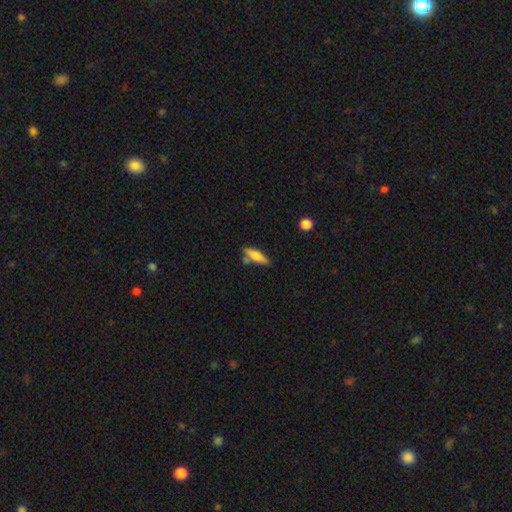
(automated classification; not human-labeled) Q: Smooth or featured?
A: smooth (71%); runner-up: featured or disk (22%)
Q: How rounded?
A: cigar-shaped (52%); runner-up: in between (46%)
Q: Merging?
A: none (63%); runner-up: minor disturbance (20%)